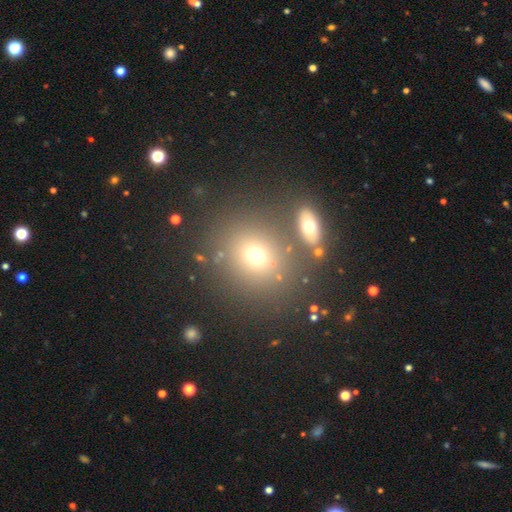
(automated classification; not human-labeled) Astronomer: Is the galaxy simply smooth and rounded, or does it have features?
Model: smooth — 67%.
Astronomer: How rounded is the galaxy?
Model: round — 72%.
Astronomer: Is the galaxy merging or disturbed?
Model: none — 70%.